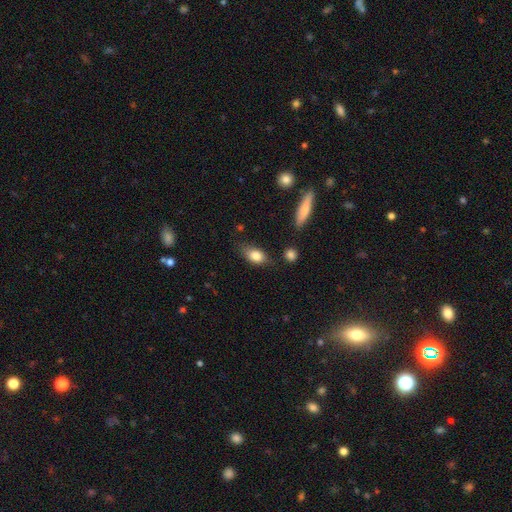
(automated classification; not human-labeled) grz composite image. It shows a smooth galaxy with no disk features (82%) that is in between round and cigar-shaped (84%). Merging: none (64%).